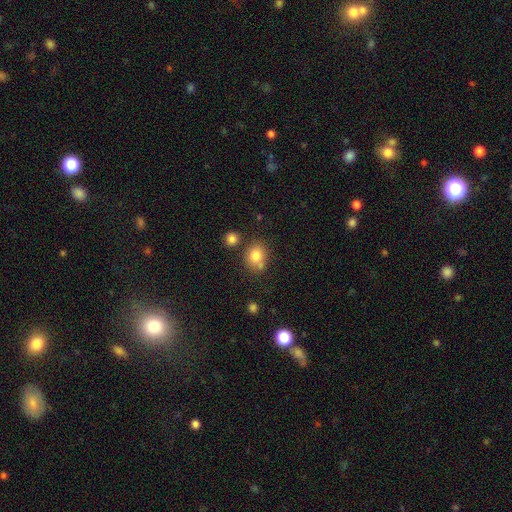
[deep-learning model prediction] Q: Smooth or featured?
A: smooth (79%); runner-up: star or artifact (11%)
Q: How rounded?
A: round (67%); runner-up: in between (32%)
Q: Merging?
A: none (59%); runner-up: merger (21%)